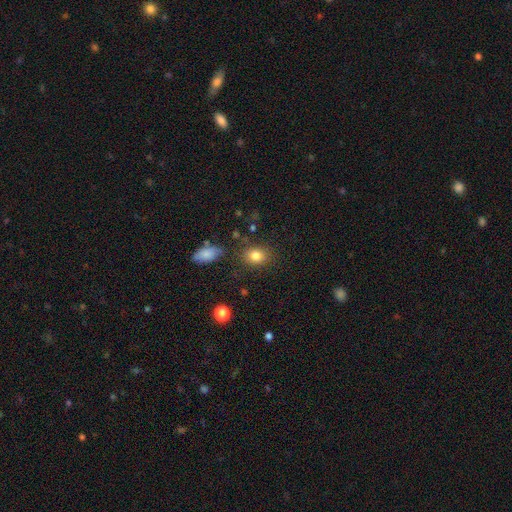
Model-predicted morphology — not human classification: smooth_or_featured: smooth (p=0.82) [alt: star or artifact p=0.10]
how_rounded: in between (p=0.57) [alt: round p=0.42]
merging: none (p=0.81) [alt: minor disturbance p=0.12]